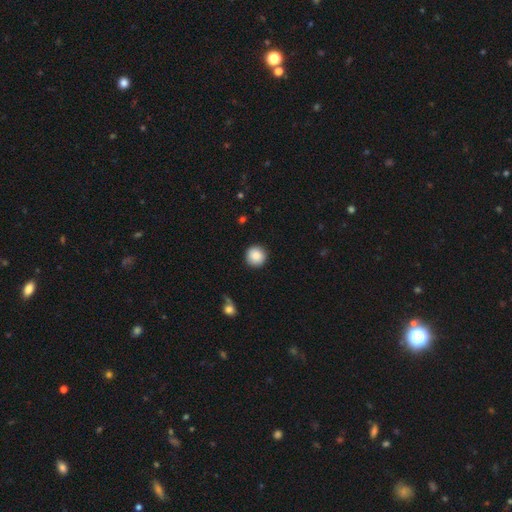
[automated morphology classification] Overall: smooth (88%). How rounded: round (95%). Merging: none (91%).